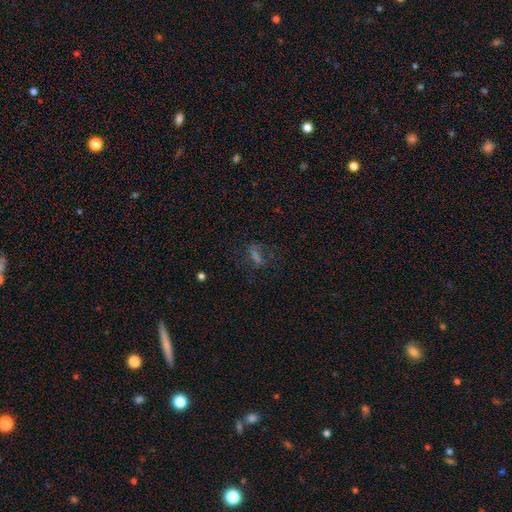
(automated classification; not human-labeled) smooth_or_featured: smooth (p=0.38) [alt: star or artifact p=0.33]
merging: none (p=0.64) [alt: major disturbance p=0.17]